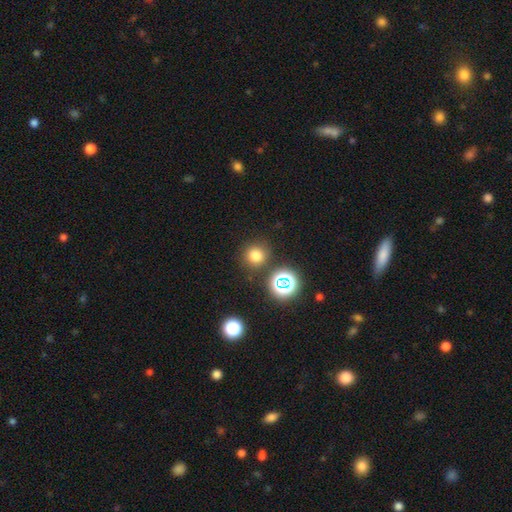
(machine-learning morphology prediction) This appears to be a smooth galaxy with no disk features (74%) that is round (92%). Merging: none (84%).